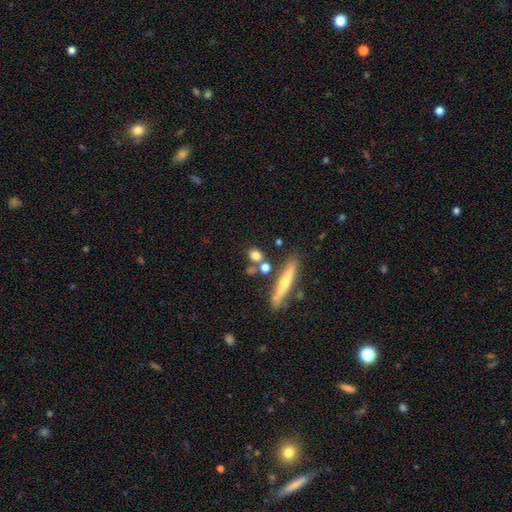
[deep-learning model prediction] A smooth galaxy with no disk features (69%) that is round (54%). Merging: none (67%).